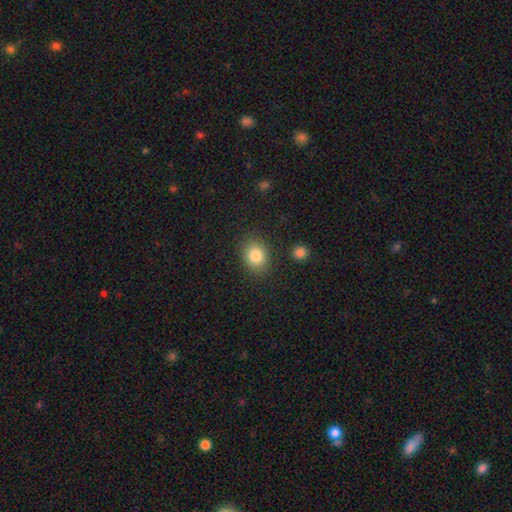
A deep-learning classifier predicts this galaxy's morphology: Overall: smooth (83%). How rounded: round (52%; in between 47%). Merging: none (84%).